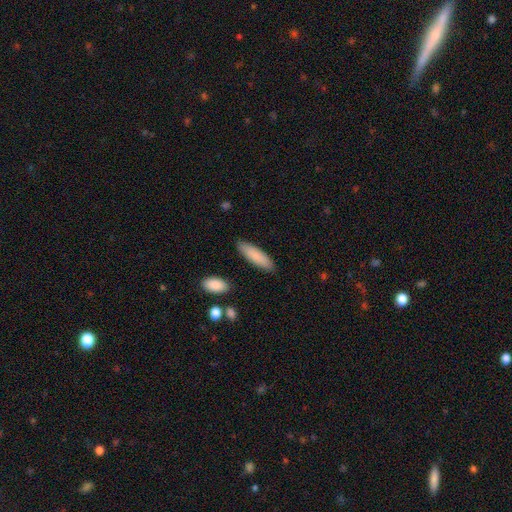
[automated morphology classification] smooth_or_featured: smooth (p=0.85) [alt: featured or disk p=0.09]
how_rounded: cigar-shaped (p=0.59) [alt: in between p=0.40]
merging: none (p=0.87) [alt: minor disturbance p=0.09]